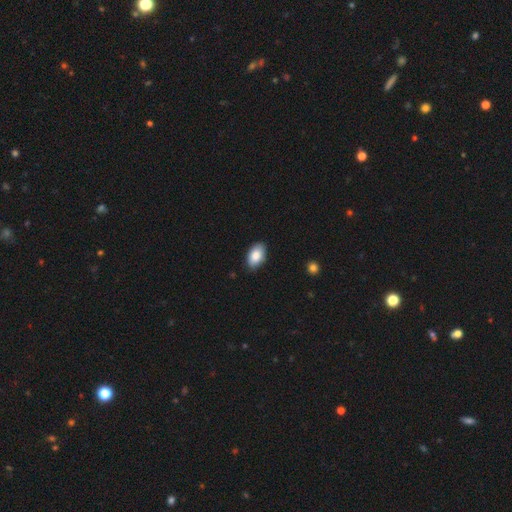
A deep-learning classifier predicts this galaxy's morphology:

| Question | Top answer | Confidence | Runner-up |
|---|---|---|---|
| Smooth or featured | smooth | 86% | featured or disk (7%) |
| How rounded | in between | 93% | round (5%) |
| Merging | none | 85% | minor disturbance (12%) |